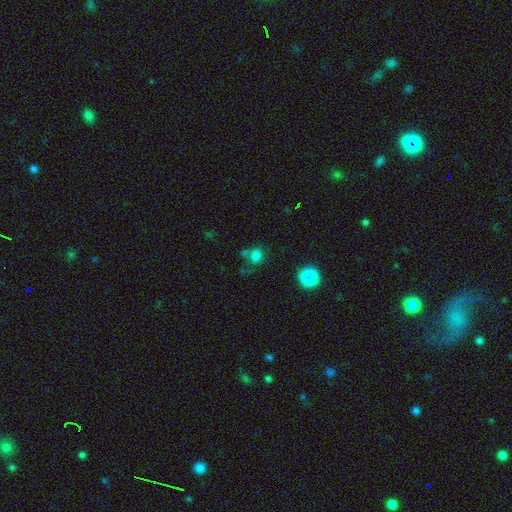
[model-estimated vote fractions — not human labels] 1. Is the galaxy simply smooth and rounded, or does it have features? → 76% smooth, 17% star or artifact, 7% featured or disk.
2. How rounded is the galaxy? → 60% round, 39% in between, 1% cigar-shaped.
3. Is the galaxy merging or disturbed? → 57% none, 19% merger, 16% minor disturbance, 8% major disturbance.